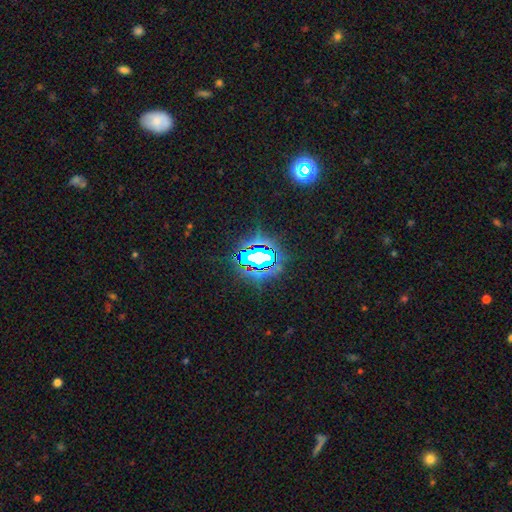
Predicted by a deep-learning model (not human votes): A star or artifact, not a galaxy (75%).

Vote fractions:
- Smooth or featured? star or artifact: 75% / smooth: 13% / featured or disk: 12%